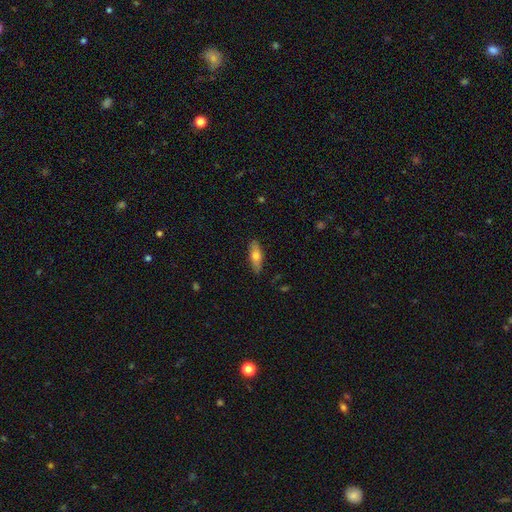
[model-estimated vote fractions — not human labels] A smooth galaxy with no disk features (66%) that is in between round and cigar-shaped (56%). Merging: none (87%).